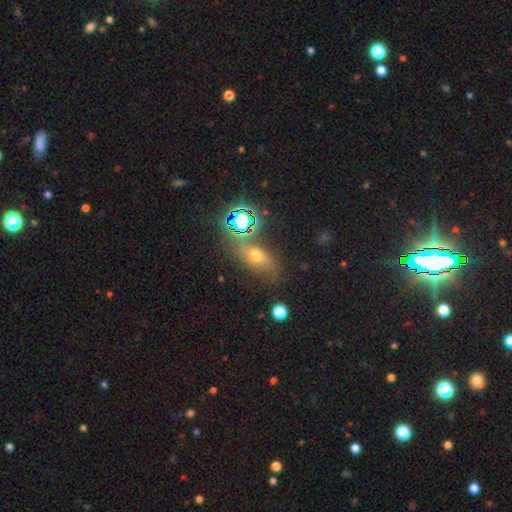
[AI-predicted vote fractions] This is possibly a smooth galaxy (51%). How rounded: likely in between (71%). Merging: likely none (67%).